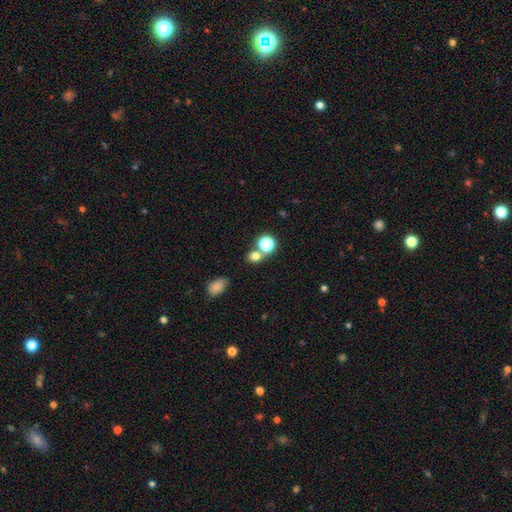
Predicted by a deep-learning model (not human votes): Smooth or featured: smooth — 73% (star or artifact — 19%)
How rounded: round — 68% (in between — 31%)
Merging: none — 56% (merger — 31%)